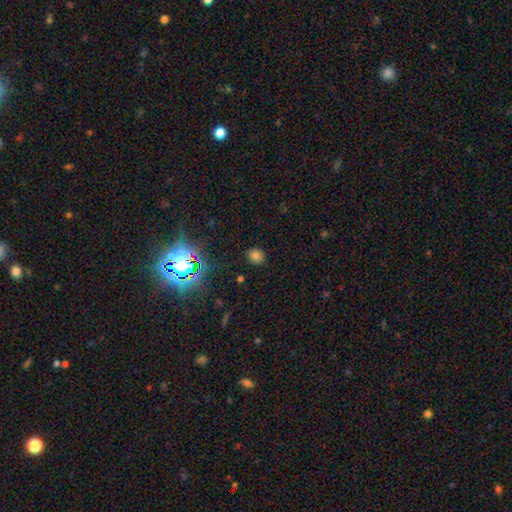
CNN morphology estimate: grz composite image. It shows a smooth galaxy with no disk features (70%) that is round (81%). Merging: none (87%).